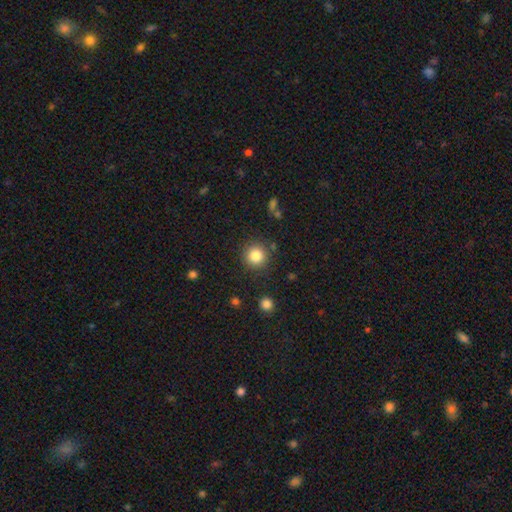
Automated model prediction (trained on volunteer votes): Smooth or featured? smooth (83%)
How rounded? round (94%)
Merging? none (87%)